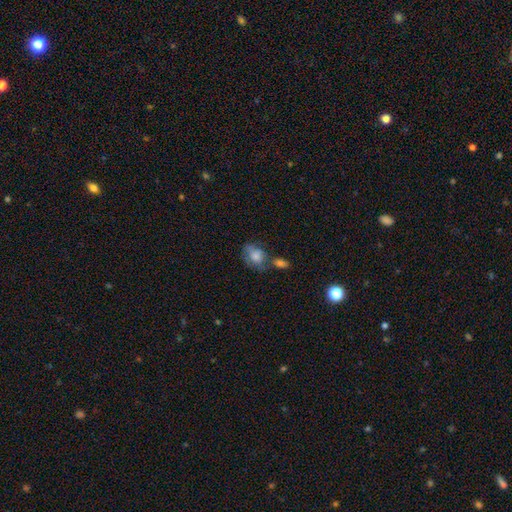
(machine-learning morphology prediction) type=smooth (64%); roundness=in between (60%); merging=none (40%).